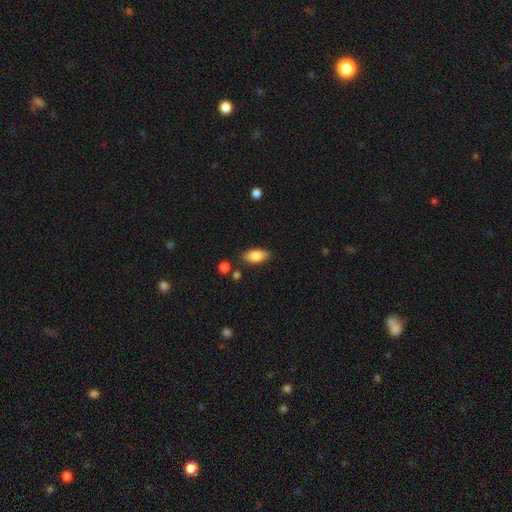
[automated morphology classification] Smooth or featured? Predicted: smooth (p=0.84). How rounded? Predicted: in between (p=0.90). Merging? Predicted: none (p=0.83).